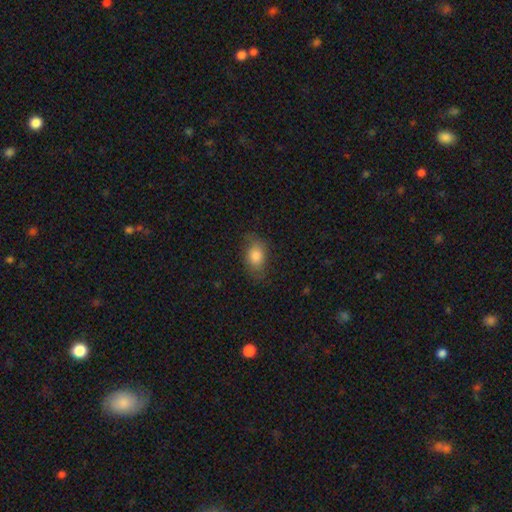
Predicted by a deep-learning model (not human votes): Q: Smooth or featured?
A: smooth (80%); runner-up: featured or disk (12%)
Q: How rounded?
A: in between (82%); runner-up: round (15%)
Q: Merging?
A: none (70%); runner-up: minor disturbance (21%)